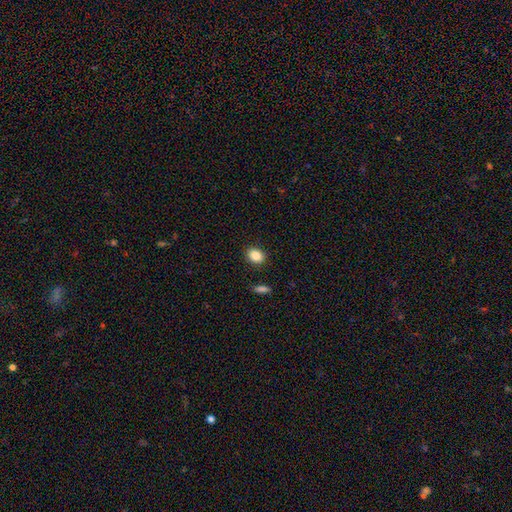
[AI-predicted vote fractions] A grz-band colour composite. It shows a smooth galaxy with no disk features (88%) that is in between round and cigar-shaped (60%). Merging: none (88%).